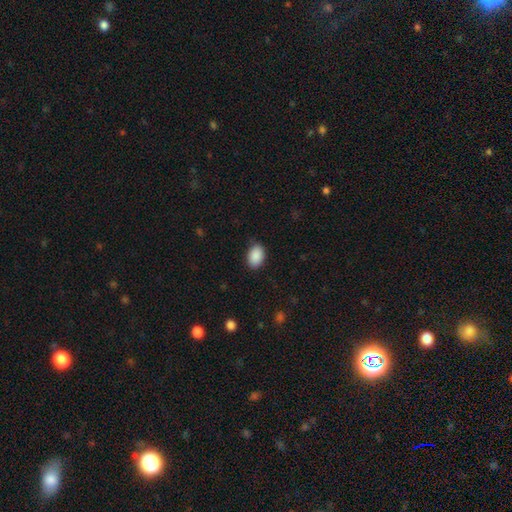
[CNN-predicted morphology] Smooth or featured?
  - smooth: 90% *
  - star or artifact: 7%
  - featured or disk: 3%
How rounded?
  - in between: 86% *
  - round: 13%
  - cigar-shaped: 1%
Merging?
  - none: 83% *
  - minor disturbance: 13%
  - major disturbance: 3%
  - merger: 1%